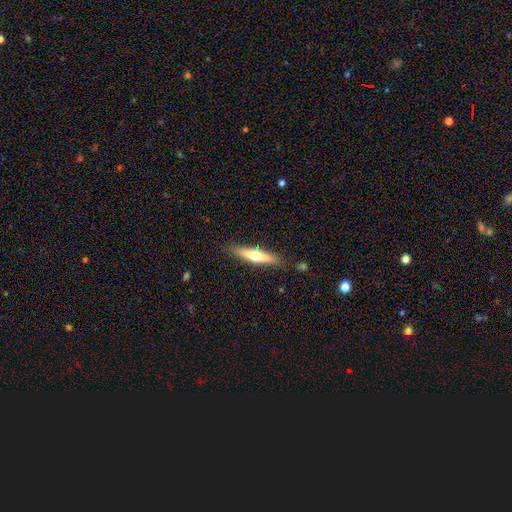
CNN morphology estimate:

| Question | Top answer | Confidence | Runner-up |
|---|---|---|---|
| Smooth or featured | featured or disk | 48% | smooth (47%) |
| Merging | none | 87% | minor disturbance (9%) |